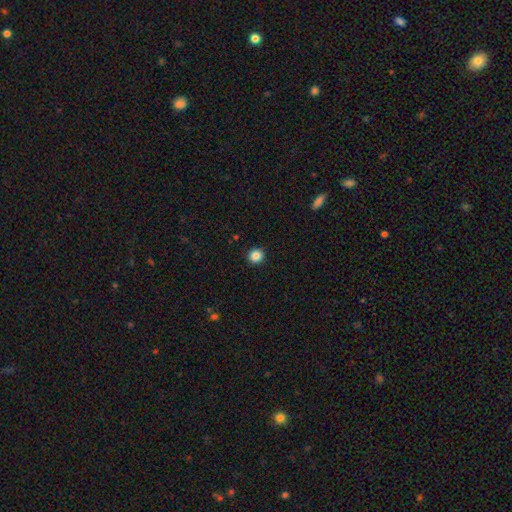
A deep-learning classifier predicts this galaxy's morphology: Smooth or featured? smooth (85%)
How rounded? round (94%)
Merging? none (93%)